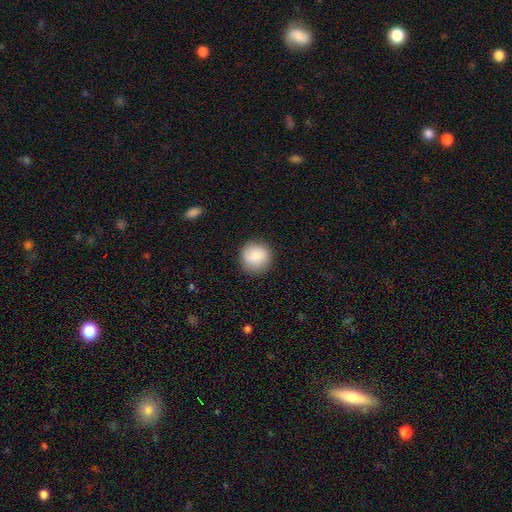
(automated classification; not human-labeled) Smooth or featured? smooth (82%)
How rounded? round (93%)
Merging? none (87%)